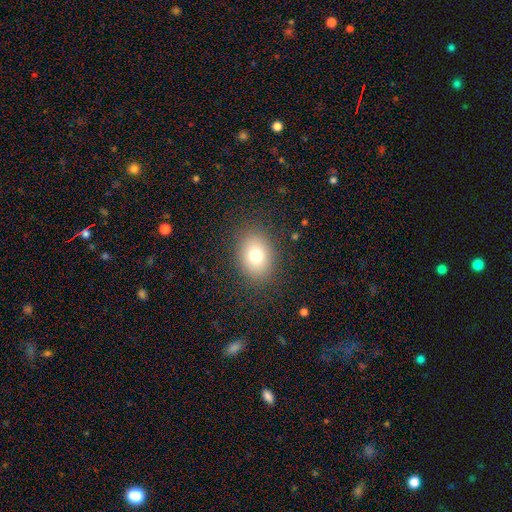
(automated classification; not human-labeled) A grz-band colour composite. It shows a smooth galaxy with no disk features (76%) that is in between round and cigar-shaped (63%). Merging: none (86%).